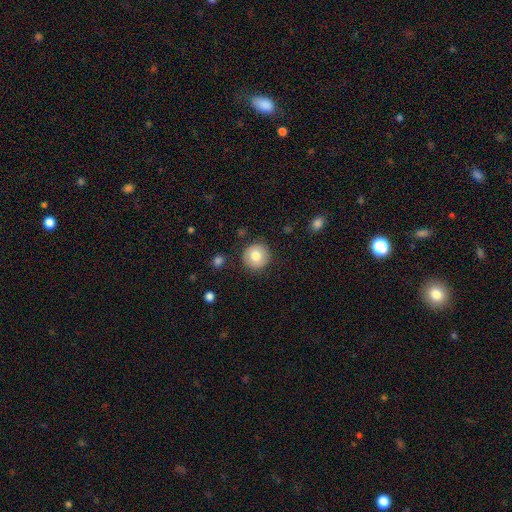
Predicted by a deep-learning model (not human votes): Smooth or featured? smooth (78%)
How rounded? round (95%)
Merging? none (89%)